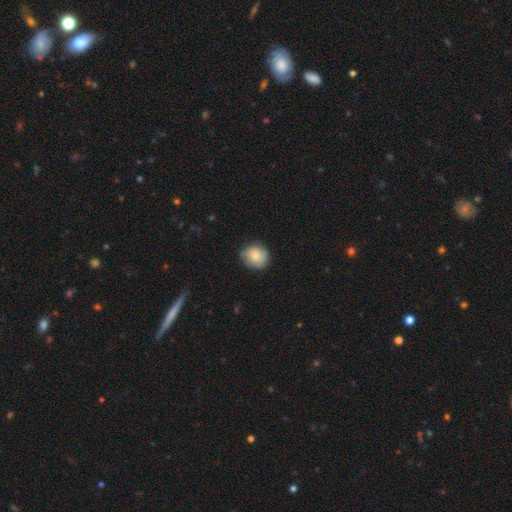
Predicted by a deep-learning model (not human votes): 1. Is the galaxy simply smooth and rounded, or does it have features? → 77% smooth, 16% featured or disk, 7% star or artifact.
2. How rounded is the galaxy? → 77% round, 22% in between, 1% cigar-shaped.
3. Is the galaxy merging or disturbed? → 73% none, 22% minor disturbance, 4% major disturbance, 1% merger.